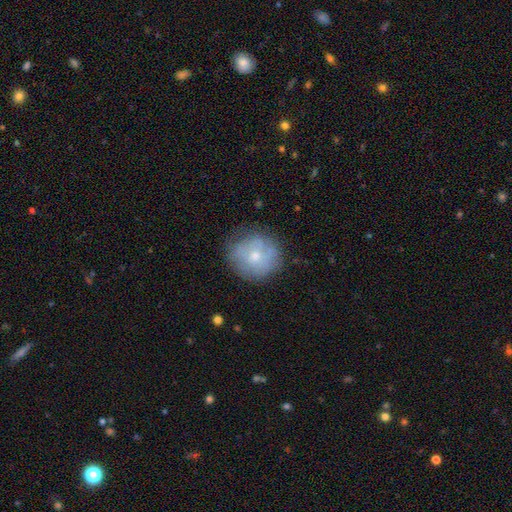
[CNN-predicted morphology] smooth_or_featured: smooth (p=0.57) [alt: featured or disk p=0.35]
how_rounded: round (p=0.86) [alt: in between p=0.13]
merging: none (p=0.71) [alt: minor disturbance p=0.20]